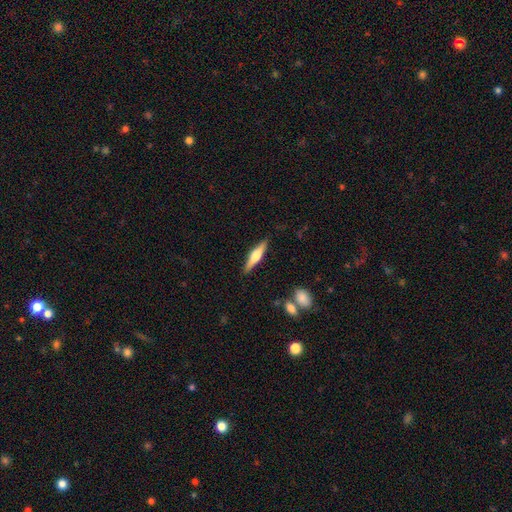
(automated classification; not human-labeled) smooth-or-featured: featured or disk: 54% | smooth: 40% | star or artifact: 6%
  disk-edge-on: yes: 96% | no: 4%
    edge-on-bulge: rounded: 85% | boxy: 11% | none: 5%
  merging: none: 88% | minor disturbance: 8% | major disturbance: 2% | merger: 2%